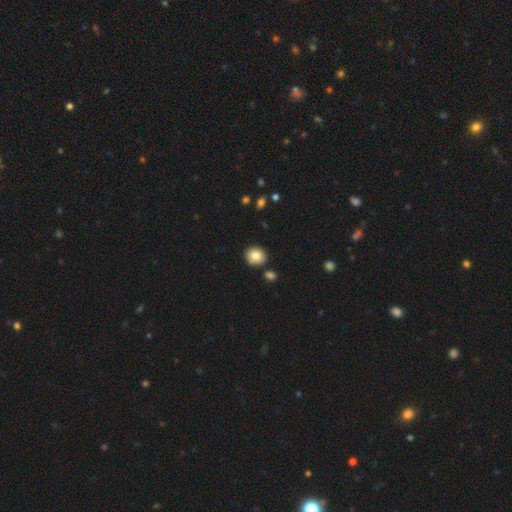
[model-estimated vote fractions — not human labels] Smooth or featured: smooth — 82% (featured or disk — 9%)
How rounded: round — 82% (in between — 17%)
Merging: none — 86% (minor disturbance — 8%)